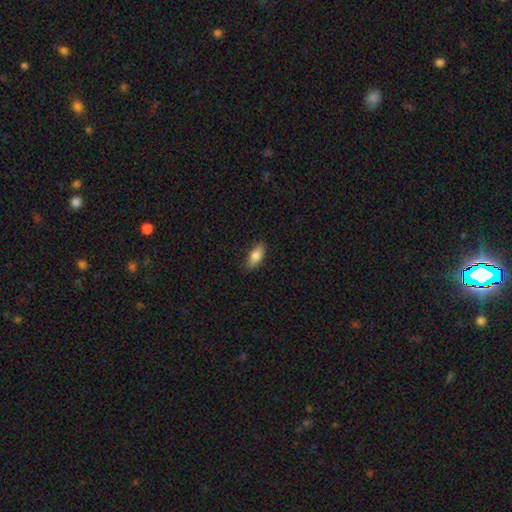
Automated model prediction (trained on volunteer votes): smooth 80%, featured or disk 13%, star or artifact 7%. Down the decision tree: how rounded — in between (80%); merging — none (85%).